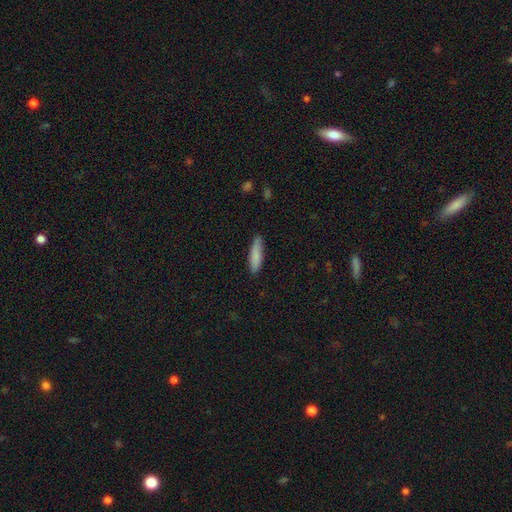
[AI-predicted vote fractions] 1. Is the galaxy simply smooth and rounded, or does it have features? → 84% smooth, 10% featured or disk, 6% star or artifact.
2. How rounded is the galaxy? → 73% cigar-shaped, 26% in between, 1% round.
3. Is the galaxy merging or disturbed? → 85% none, 11% minor disturbance, 2% major disturbance, 1% merger.